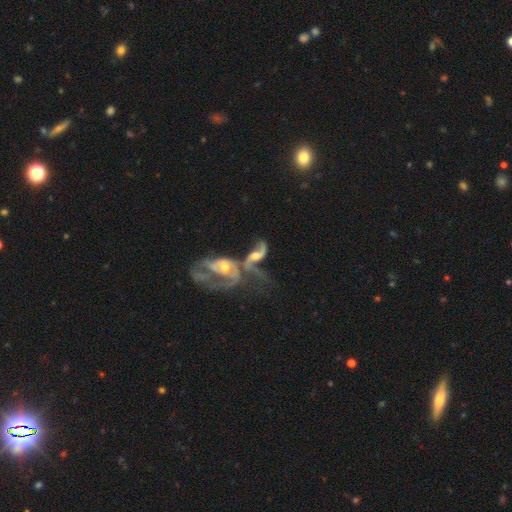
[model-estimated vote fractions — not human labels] smooth-or-featured: featured or disk: 82% | smooth: 11% | star or artifact: 7%
  disk-edge-on: no: 96% | yes: 4%
    bar: no: 50% | weak: 37% | strong: 13%
    has-spiral-arms: yes: 90% | no: 10%
      spiral-winding: loose: 67% | medium: 25% | tight: 8%
      spiral-arm-count: 2: 79% | 1: 9% | can't tell: 8% | 3: 2% | 4: 1% | more than 4: 1%
    bulge-size: moderate: 58% | small: 26% | large: 9% | none: 5% | dominant: 2%
  merging: merger: 73% | major disturbance: 13% | none: 9% | minor disturbance: 6%